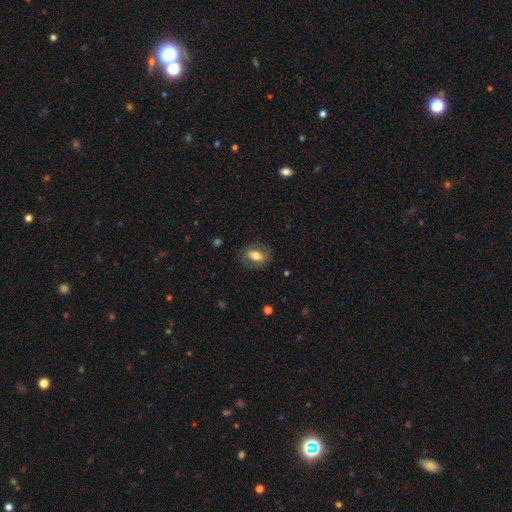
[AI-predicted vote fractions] A smooth galaxy with no disk features (61%) that is in between round and cigar-shaped (83%). Merging: none (77%).